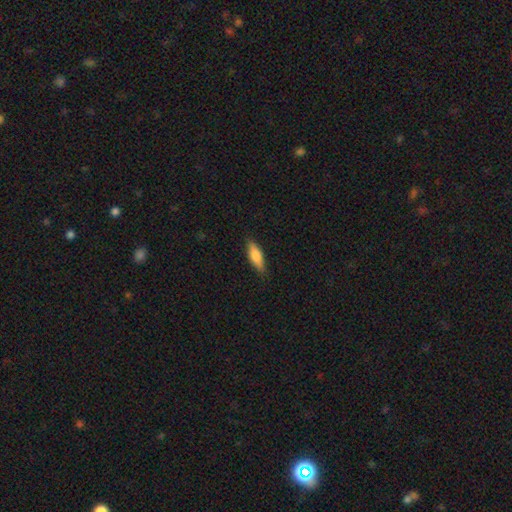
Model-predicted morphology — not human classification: Overall: smooth (74%). How rounded: in between (56%; cigar-shaped 41%). Merging: none (85%).